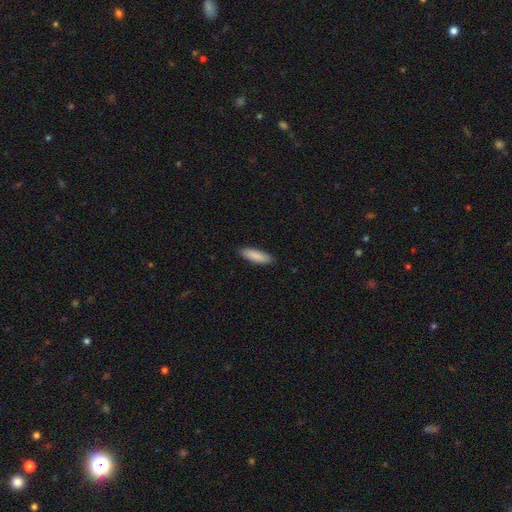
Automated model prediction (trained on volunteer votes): Smooth or featured? smooth (88%)
How rounded? cigar-shaped (52%)
Merging? none (88%)